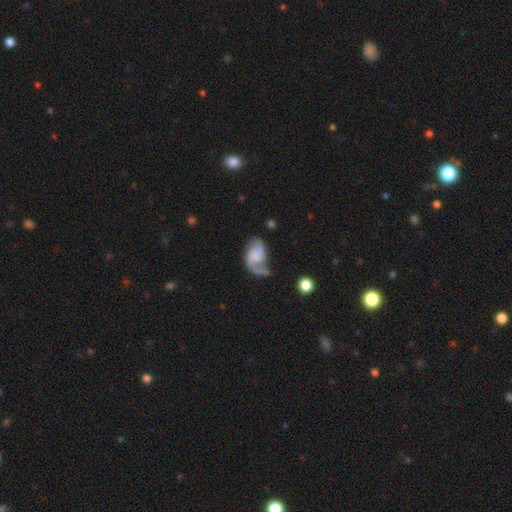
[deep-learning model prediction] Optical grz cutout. It shows a featured or disk galaxy (68%) with no bar (62%), 2 (62%) loose (47%) spiral arms (90%) and no central bulge (42%). Merging: none (36%).